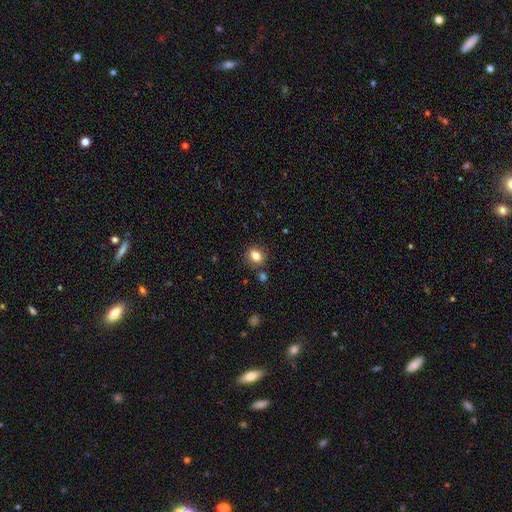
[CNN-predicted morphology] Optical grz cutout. It shows a smooth galaxy with no disk features (82%) that is round (57%). Merging: none (82%).